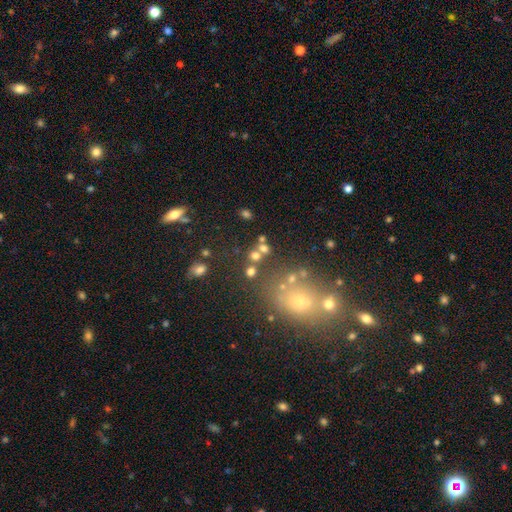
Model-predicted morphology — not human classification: A smooth galaxy with no disk features (63%) that is round (78%). Merging: none (62%).